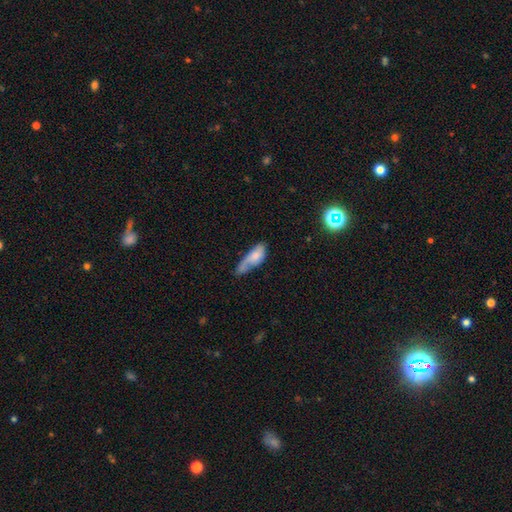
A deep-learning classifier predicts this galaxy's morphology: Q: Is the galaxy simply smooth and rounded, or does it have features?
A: smooth — 67%.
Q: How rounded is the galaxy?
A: in between — 71%.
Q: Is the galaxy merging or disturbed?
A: minor disturbance — 33%.